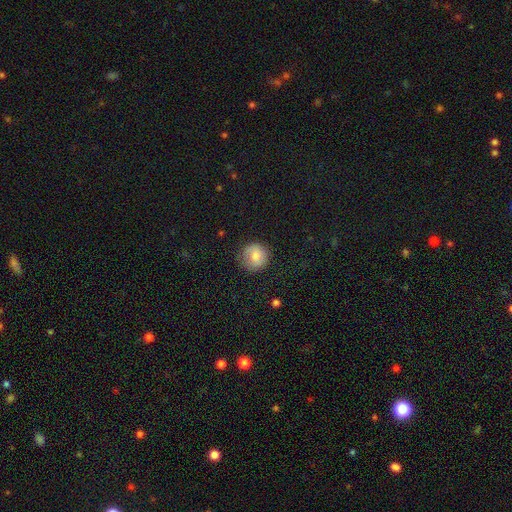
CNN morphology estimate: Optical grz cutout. It shows a smooth galaxy with no disk features (76%) that is round (91%). Merging: none (78%).